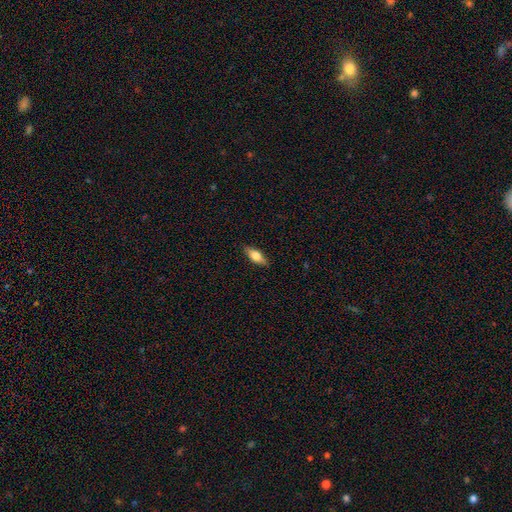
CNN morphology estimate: type=smooth (65%); roundness=in between (75%); merging=none (86%).